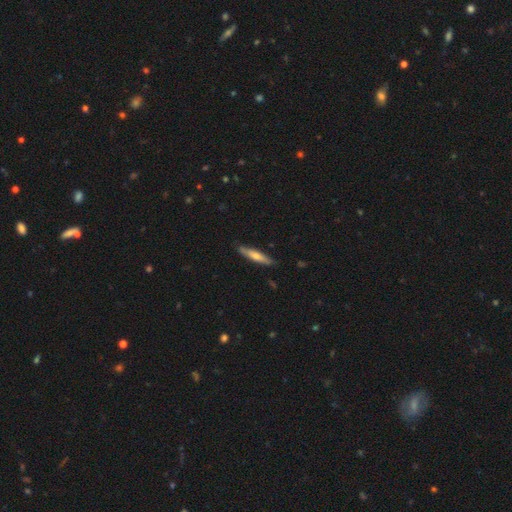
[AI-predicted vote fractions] A smooth galaxy with no disk features (54%) that is cigar-shaped (87%). Merging: none (86%).